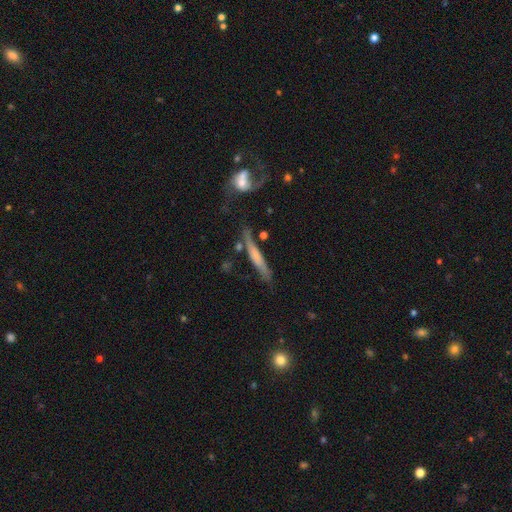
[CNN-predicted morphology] This appears to be a featured or disk galaxy (48%). Merging: none (59%).